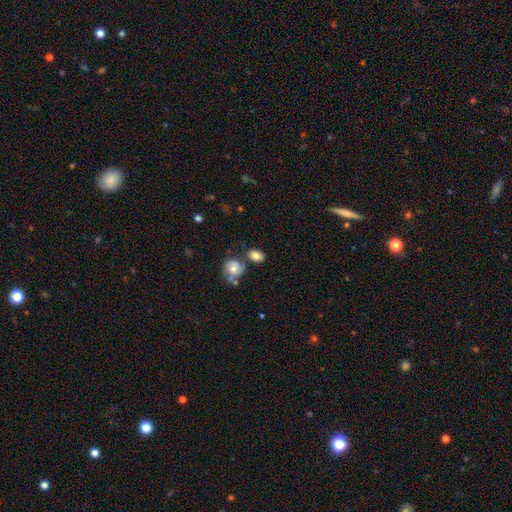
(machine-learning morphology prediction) The model was most divided on "merging": none: 59%, merger: 20%, minor disturbance: 16%, major disturbance: 6%. More confident: smooth or featured — smooth (75%); how rounded — in between (70%).